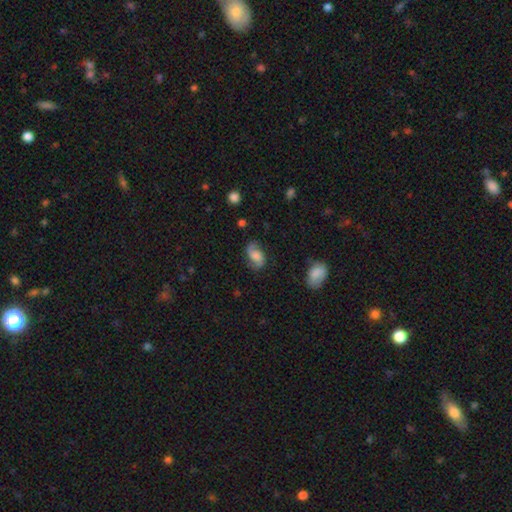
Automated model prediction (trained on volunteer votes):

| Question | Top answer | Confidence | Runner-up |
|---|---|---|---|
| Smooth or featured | featured or disk | 56% | smooth (35%) |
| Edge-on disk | no | 96% | yes (4%) |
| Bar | no | 53% | weak (38%) |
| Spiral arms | yes | 91% | no (9%) |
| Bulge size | none | 27% | tied: moderate (27%) |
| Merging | none | 70% | minor disturbance (20%) |